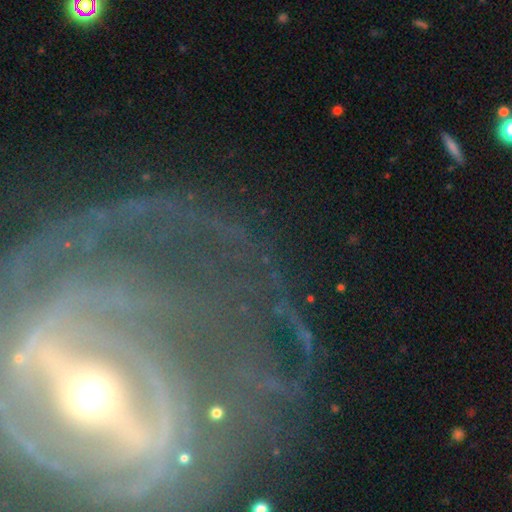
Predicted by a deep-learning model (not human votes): A featured or disk galaxy (63%) with a strong bar (41%), spiral arms (83%) and a small central bulge (45%).

Vote fractions:
- Smooth or featured? featured or disk: 63% / star or artifact: 24% / smooth: 13%
- Edge-on disk? no: 86% / yes: 14%
- Bar? strong: 41% / no: 31% / weak: 28%
- Spiral arms? yes: 83% / no: 17%
- Bulge size? small: 45% / moderate: 39% / large: 8% / none: 5% / dominant: 4%
- Merging? none: 74% / minor disturbance: 12% / major disturbance: 10% / merger: 4%